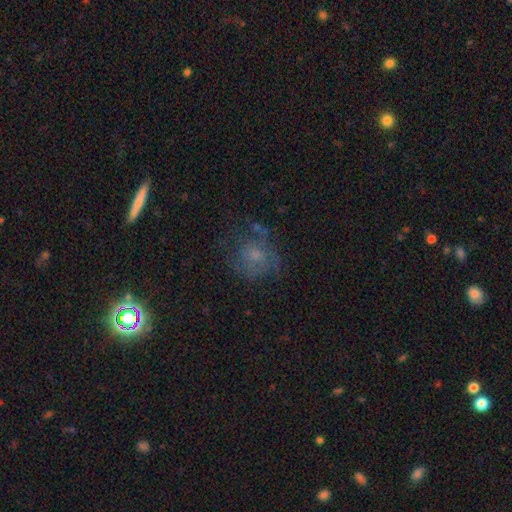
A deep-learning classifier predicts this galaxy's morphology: Smooth or featured? Predicted: smooth (p=0.43). Merging? Predicted: none (p=0.54).